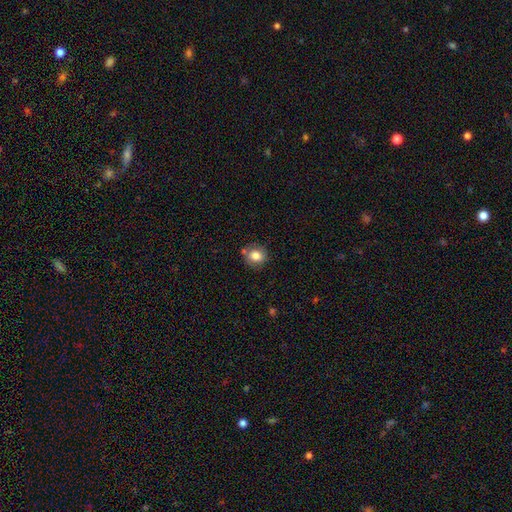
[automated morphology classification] This appears to be a smooth galaxy with no disk features (82%) that is round (82%). Merging: none (73%).